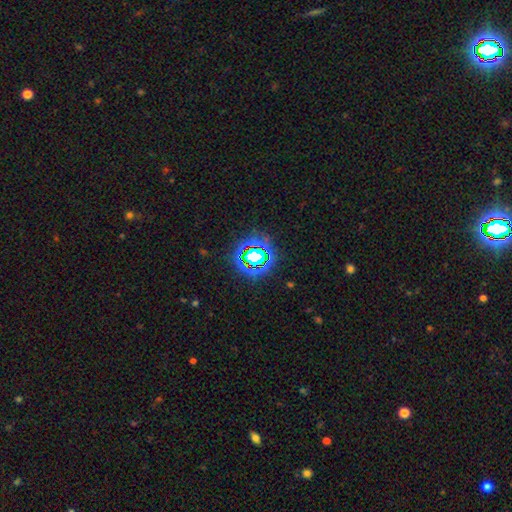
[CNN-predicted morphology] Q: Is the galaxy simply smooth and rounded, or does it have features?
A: star or artifact — 70%.